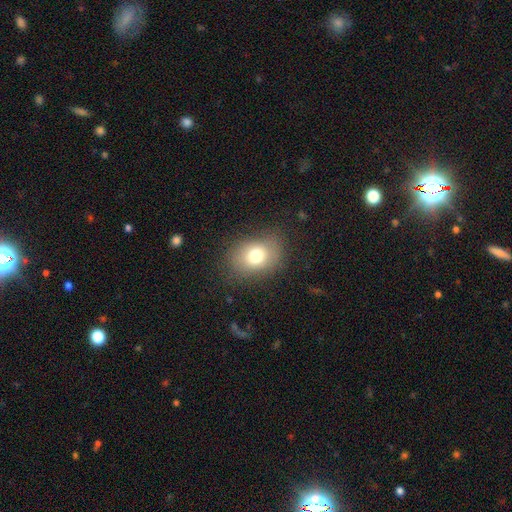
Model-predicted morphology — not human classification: smooth_or_featured: smooth (p=0.74) [alt: featured or disk p=0.14]
how_rounded: in between (p=0.60) [alt: round p=0.39]
merging: none (p=0.77) [alt: minor disturbance p=0.16]